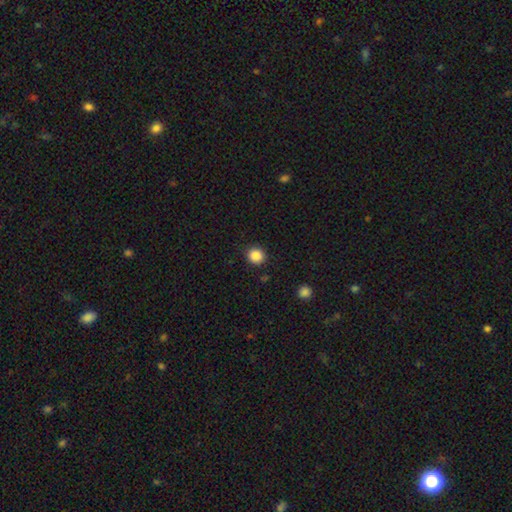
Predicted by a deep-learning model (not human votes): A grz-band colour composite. It shows a smooth galaxy with no disk features (87%) that is round (90%). Merging: none (89%).